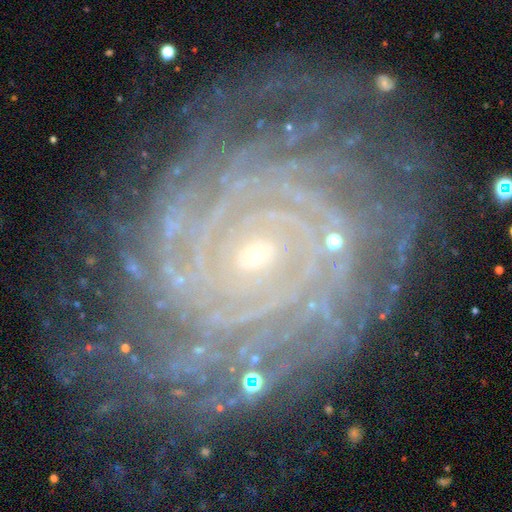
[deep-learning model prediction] Morphology: type=featured or disk (90%); edge-on=no (97%); bar=no (69%); spiral arms=yes (98%); winding=tight (88%); arm count=more than 4 (32%); bulge=small (72%); merging=none (76%).